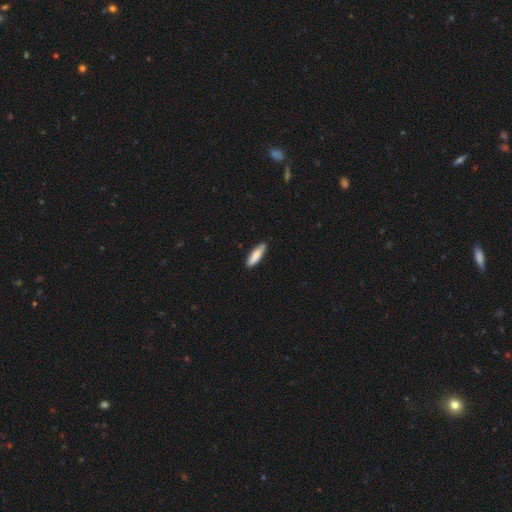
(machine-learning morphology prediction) This appears to be a smooth galaxy with no disk features (82%) that is cigar-shaped (65%). Merging: none (87%).